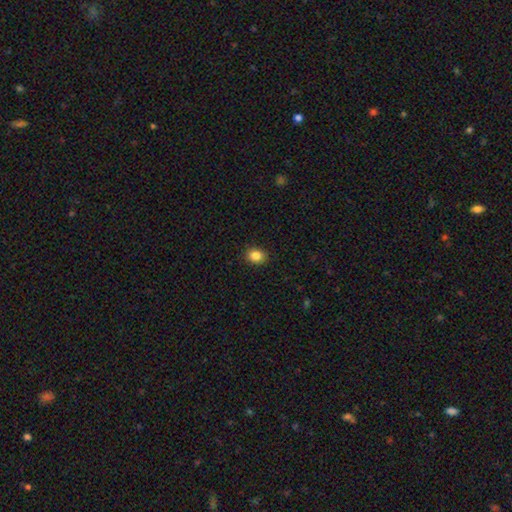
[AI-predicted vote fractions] This is clearly a smooth galaxy (86%). How rounded: possibly in between (53%). Merging: clearly none (90%).